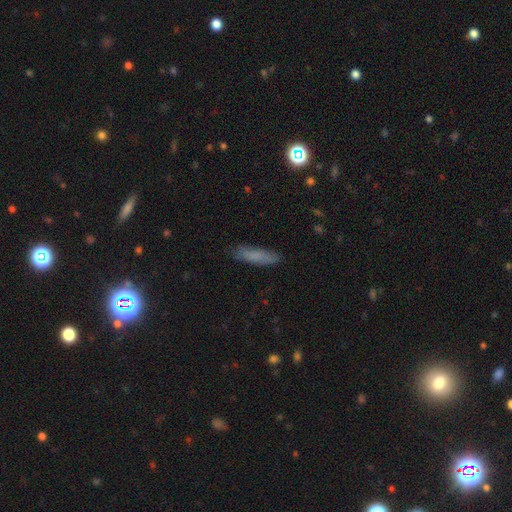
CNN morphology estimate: smooth 74%, featured or disk 17%, star or artifact 9%. Down the decision tree: how rounded — cigar-shaped (70%); merging — none (80%).